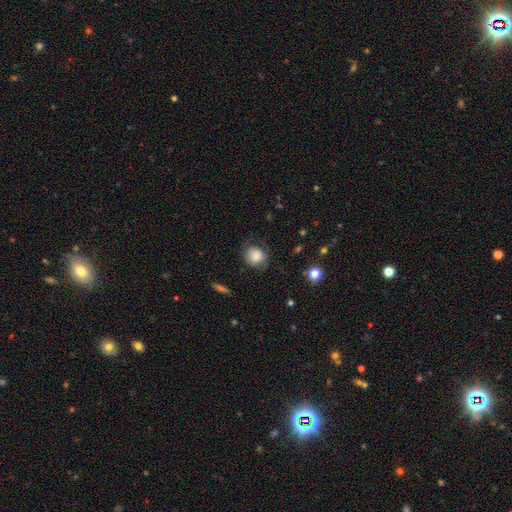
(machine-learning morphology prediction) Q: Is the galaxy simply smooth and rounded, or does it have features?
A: smooth — 75%.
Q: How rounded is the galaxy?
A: round — 79%.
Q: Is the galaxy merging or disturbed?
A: none — 65%.